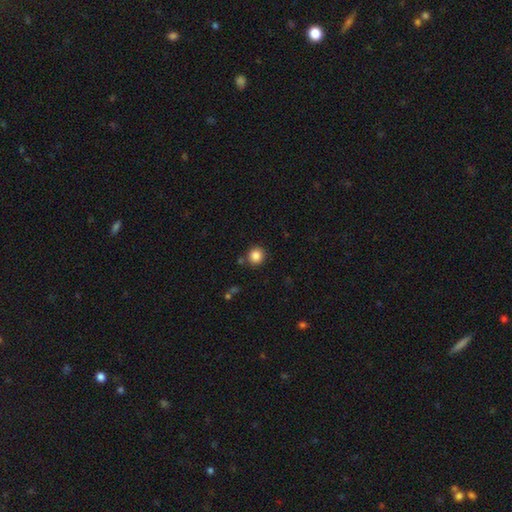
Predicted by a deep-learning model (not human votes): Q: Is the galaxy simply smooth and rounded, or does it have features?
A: smooth — 85%.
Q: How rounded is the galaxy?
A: round — 92%.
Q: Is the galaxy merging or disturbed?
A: none — 85%.